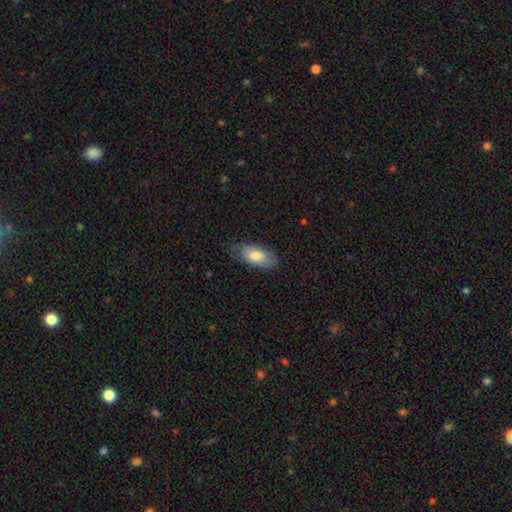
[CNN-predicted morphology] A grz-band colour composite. It shows a smooth galaxy with no disk features (76%) that is in between round and cigar-shaped (90%). Merging: none (73%).